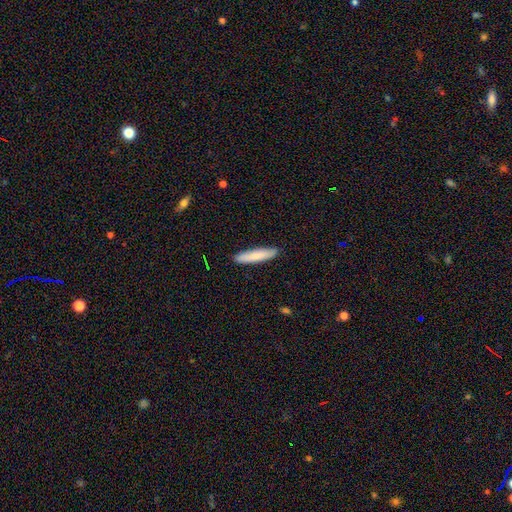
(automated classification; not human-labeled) smooth_or_featured: smooth (p=0.81) [alt: featured or disk p=0.14]
how_rounded: cigar-shaped (p=0.88) [alt: in between p=0.11]
merging: none (p=0.90) [alt: minor disturbance p=0.07]